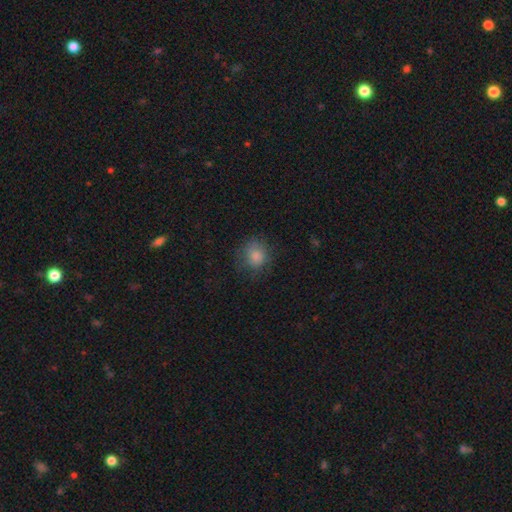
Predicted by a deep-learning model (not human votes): Smooth or featured? Predicted: smooth (p=0.82). How rounded? Predicted: round (p=0.76). Merging? Predicted: none (p=0.71).